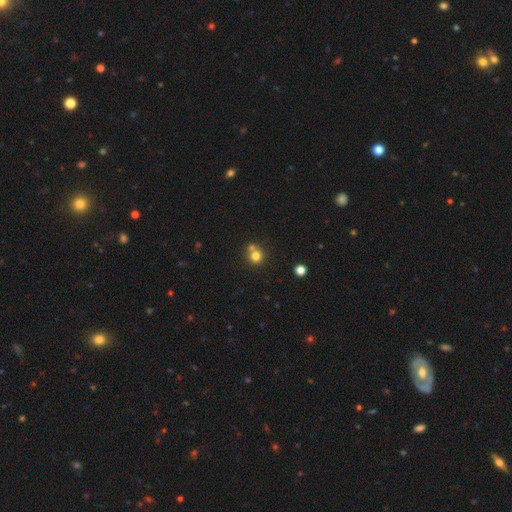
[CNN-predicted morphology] A smooth galaxy with no disk features (76%) that is round (89%).

Vote fractions:
- Smooth or featured? smooth: 76% / star or artifact: 14% / featured or disk: 10%
- How rounded? round: 89% / in between: 10% / cigar-shaped: 1%
- Merging? none: 54% / merger: 36% / minor disturbance: 7% / major disturbance: 3%